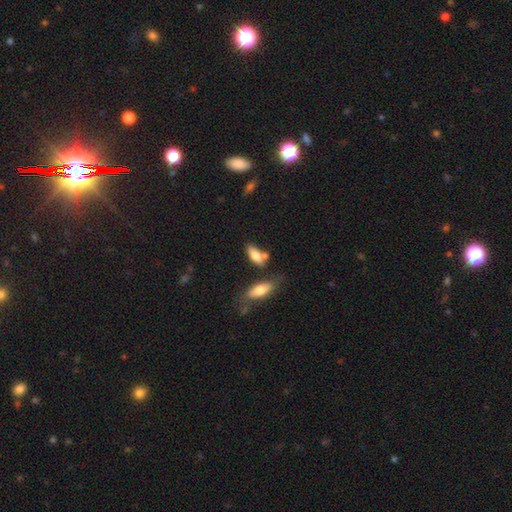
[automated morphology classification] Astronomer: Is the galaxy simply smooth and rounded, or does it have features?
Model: smooth — 76%.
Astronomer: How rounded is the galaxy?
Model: in between — 78%.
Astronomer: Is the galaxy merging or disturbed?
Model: none — 56%.